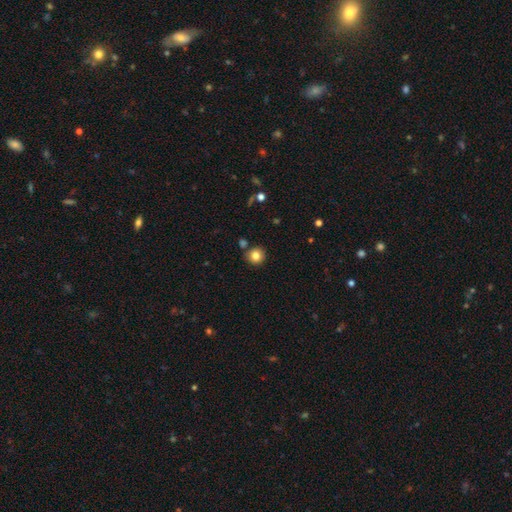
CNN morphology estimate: The model was most divided on "smooth or featured": smooth: 82%, star or artifact: 11%, featured or disk: 7%. More confident: how rounded — round (93%); merging — none (85%).